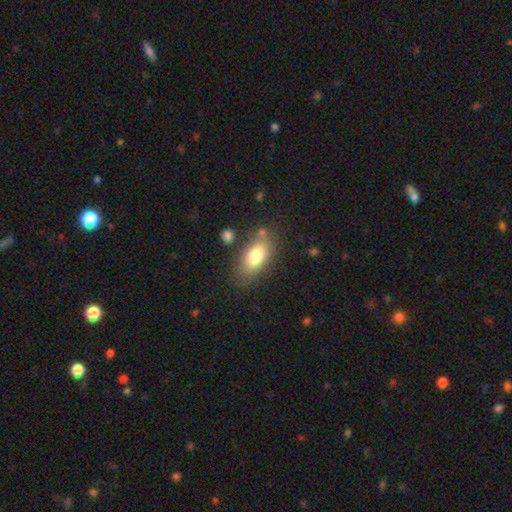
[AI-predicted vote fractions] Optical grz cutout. It shows a smooth galaxy with no disk features (78%) that is in between round and cigar-shaped (88%). Merging: none (70%).